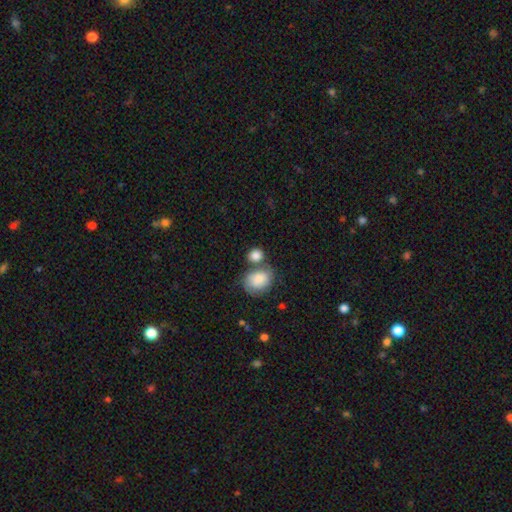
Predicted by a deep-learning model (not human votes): Smooth or featured? Predicted: smooth (p=0.85). How rounded? Predicted: round (p=0.61). Merging? Predicted: none (p=0.46).